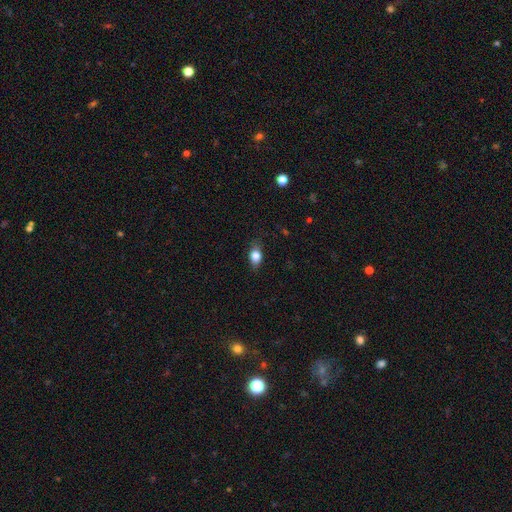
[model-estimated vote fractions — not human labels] This appears to be a smooth galaxy with no disk features (81%) that is in between round and cigar-shaped (75%). Merging: none (78%).